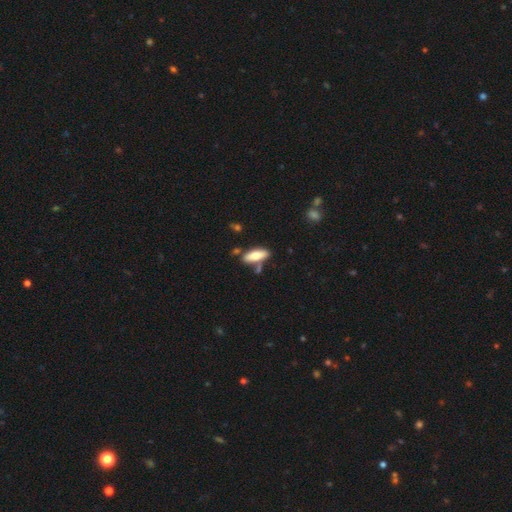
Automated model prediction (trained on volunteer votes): This appears to be a smooth galaxy with no disk features (70%) that is in between round and cigar-shaped (65%). Merging: none (70%).